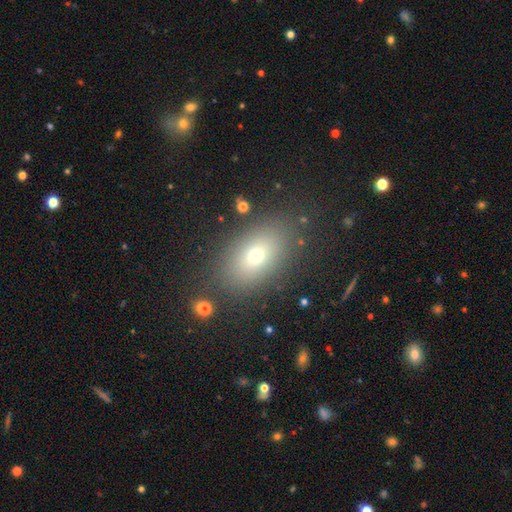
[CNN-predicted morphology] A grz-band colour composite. It shows a smooth galaxy with no disk features (67%) that is in between round and cigar-shaped (81%). Merging: none (84%).